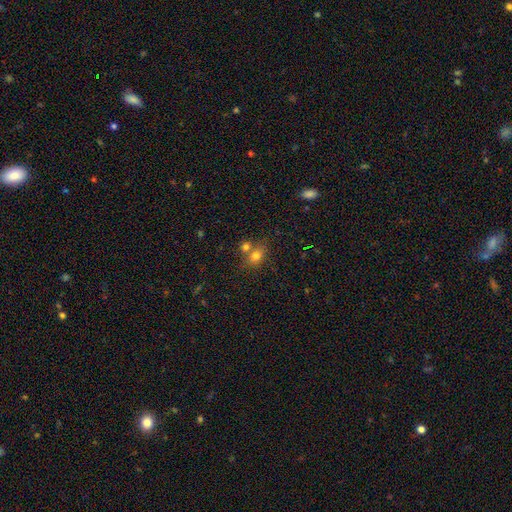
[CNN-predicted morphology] smooth-or-featured: smooth: 75% | star or artifact: 13% | featured or disk: 11%
  how-rounded: in between: 52% | round: 46% | cigar-shaped: 2%
  merging: none: 46% | merger: 39% | minor disturbance: 11% | major disturbance: 4%